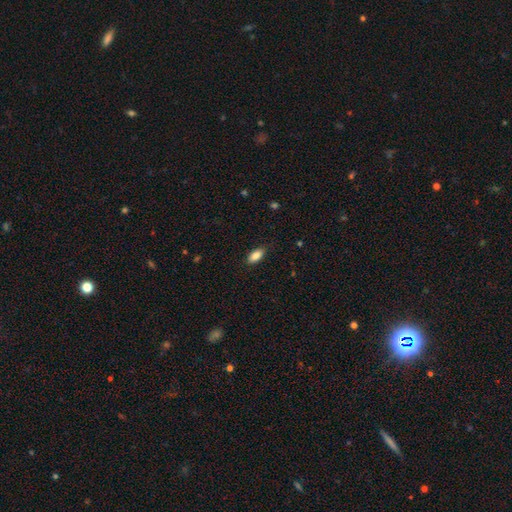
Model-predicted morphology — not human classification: This appears to be a smooth galaxy with no disk features (87%) that is in between round and cigar-shaped (87%). Merging: none (83%).